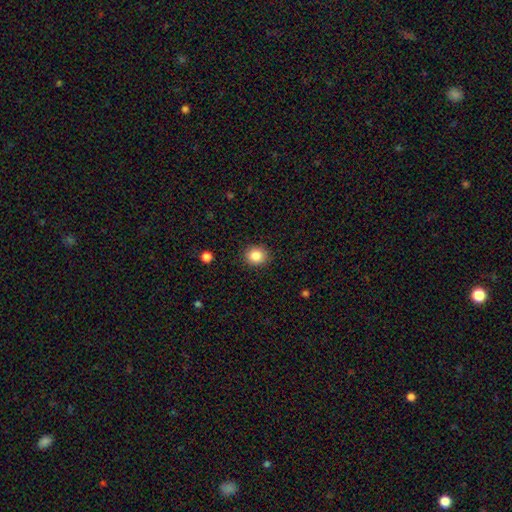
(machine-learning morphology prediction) Smooth or featured? smooth (86%)
How rounded? round (81%)
Merging? none (90%)